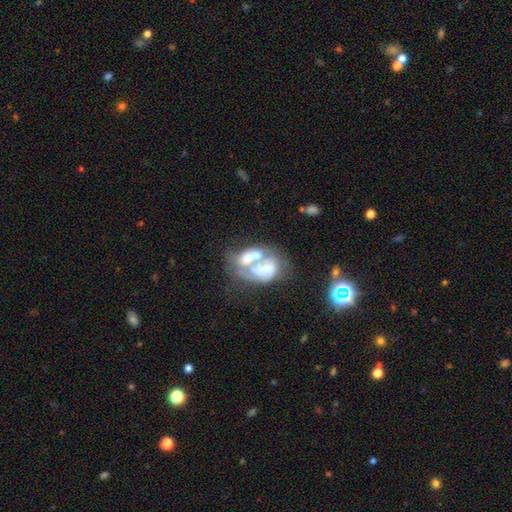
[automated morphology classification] featured or disk 60%, smooth 27%, star or artifact 13%. Down the decision tree: edge-on disk — no (97%); bar — no (80%); spiral arms — no (74%); bulge size — moderate (45%); merging — merger (67%).